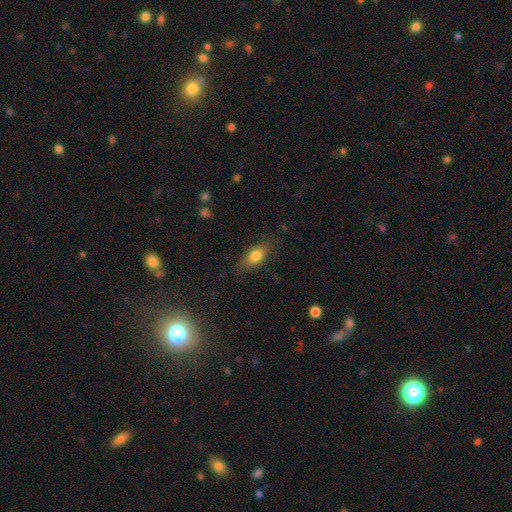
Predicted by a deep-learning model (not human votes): Overall: smooth (77%). How rounded: in between (79%). Merging: none (79%).